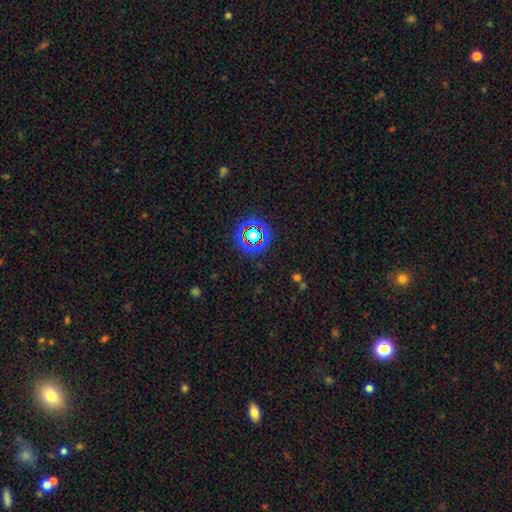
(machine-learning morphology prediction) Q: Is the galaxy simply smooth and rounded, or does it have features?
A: star or artifact — 68%.